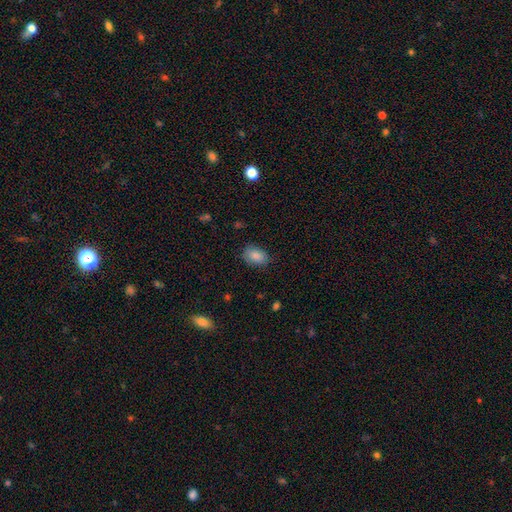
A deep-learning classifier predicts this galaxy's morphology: Smooth or featured? Predicted: smooth (p=0.85). How rounded? Predicted: in between (p=0.85). Merging? Predicted: none (p=0.77).